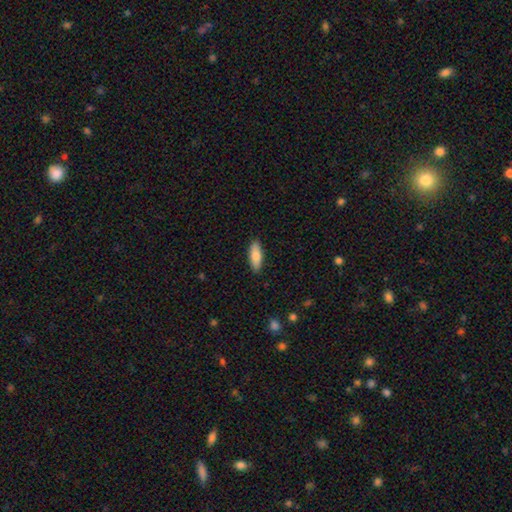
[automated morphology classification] smooth-or-featured: smooth: 78% | featured or disk: 16% | star or artifact: 6%
  how-rounded: in between: 62% | cigar-shaped: 36% | round: 2%
  merging: none: 89% | minor disturbance: 8% | major disturbance: 2% | merger: 1%